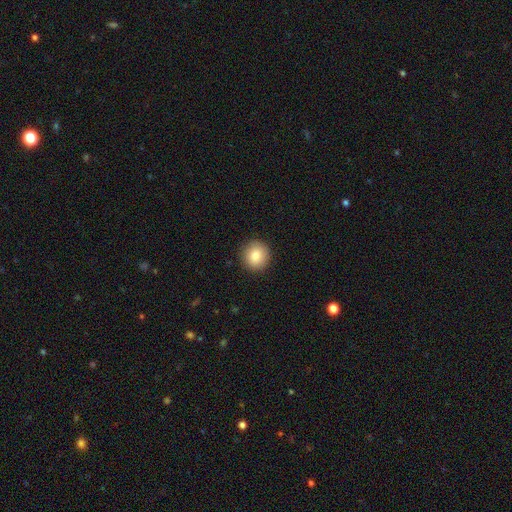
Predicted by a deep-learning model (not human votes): Smooth or featured: smooth — 86% (star or artifact — 8%)
How rounded: round — 89% (in between — 10%)
Merging: none — 91% (minor disturbance — 7%)